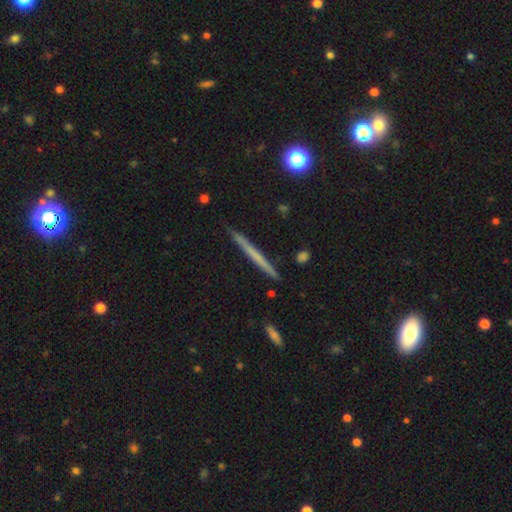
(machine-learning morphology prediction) Overall: smooth (48%; featured or disk 46%). Merging: none (91%).